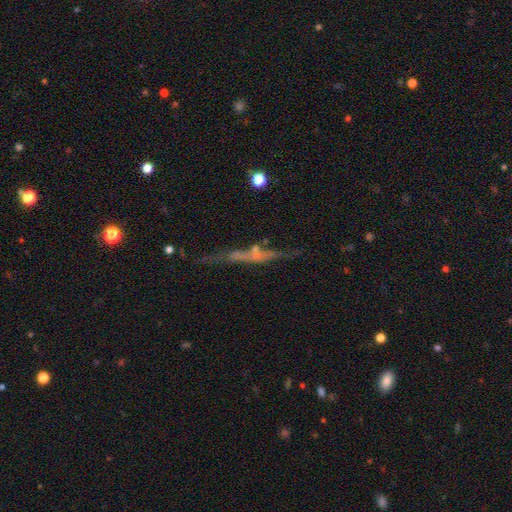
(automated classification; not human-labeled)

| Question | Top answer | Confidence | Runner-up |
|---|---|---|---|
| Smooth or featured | featured or disk | 61% | smooth (25%) |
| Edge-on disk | yes | 84% | no (16%) |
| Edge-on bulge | none | 63% | rounded (22%) |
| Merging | none | 62% | minor disturbance (20%) |